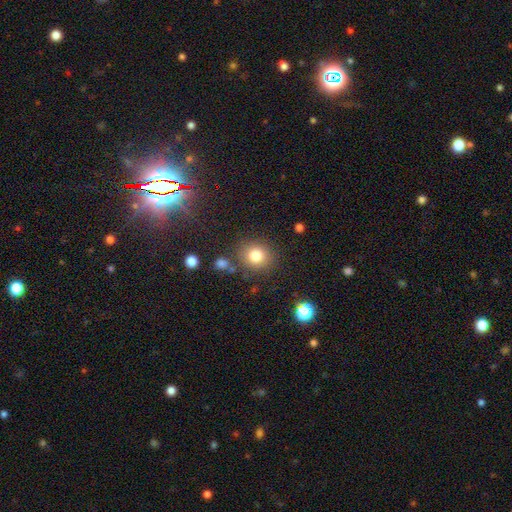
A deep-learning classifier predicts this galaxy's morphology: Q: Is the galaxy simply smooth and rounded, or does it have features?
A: smooth — 81%.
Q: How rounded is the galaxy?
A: round — 83%.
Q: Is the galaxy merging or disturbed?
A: none — 80%.